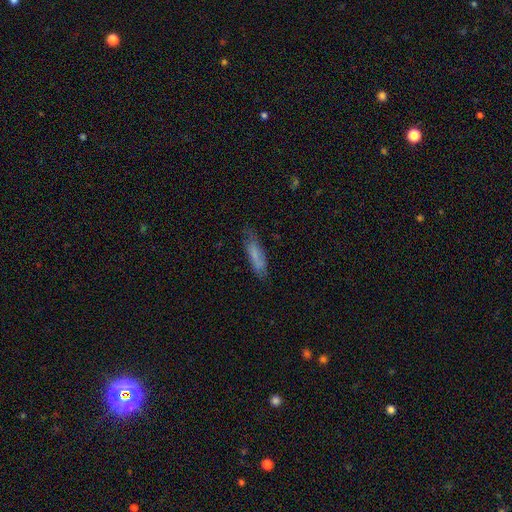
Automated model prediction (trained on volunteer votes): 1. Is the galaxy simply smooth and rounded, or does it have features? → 66% smooth, 26% featured or disk, 8% star or artifact.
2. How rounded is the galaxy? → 63% cigar-shaped, 35% in between, 2% round.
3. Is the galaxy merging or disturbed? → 69% none, 22% minor disturbance, 7% major disturbance, 2% merger.